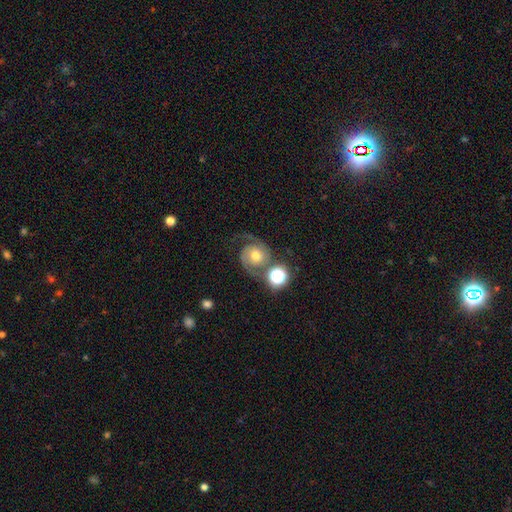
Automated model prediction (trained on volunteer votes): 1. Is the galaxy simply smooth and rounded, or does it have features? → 82% featured or disk, 10% smooth, 8% star or artifact.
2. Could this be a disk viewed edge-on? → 98% no, 2% yes.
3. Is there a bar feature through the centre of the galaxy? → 74% no, 21% weak, 5% strong.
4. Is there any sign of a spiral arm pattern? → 97% yes, 3% no.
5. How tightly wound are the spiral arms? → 50% medium, 29% tight, 21% loose.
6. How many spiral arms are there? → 90% 2, 4% 1, 3% can't tell, 2% 3, 1% 4, 1% more than 4.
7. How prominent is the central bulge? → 67% moderate, 20% small, 10% large, 2% none, 2% dominant.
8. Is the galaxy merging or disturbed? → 63% none, 16% minor disturbance, 11% merger, 11% major disturbance.